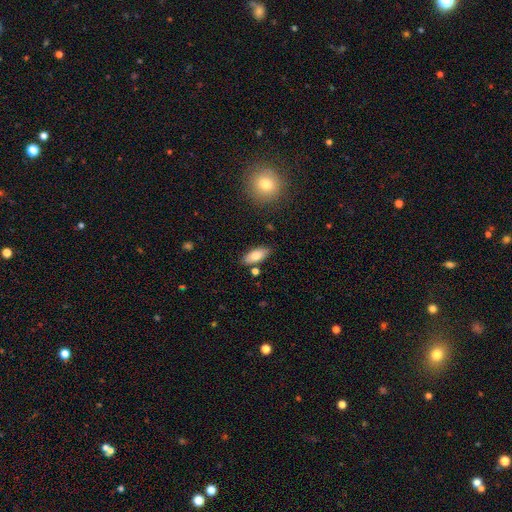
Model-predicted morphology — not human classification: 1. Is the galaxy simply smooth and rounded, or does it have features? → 80% smooth, 13% featured or disk, 7% star or artifact.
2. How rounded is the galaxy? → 84% in between, 13% cigar-shaped, 2% round.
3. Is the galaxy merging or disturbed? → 82% none, 11% minor disturbance, 5% merger, 3% major disturbance.